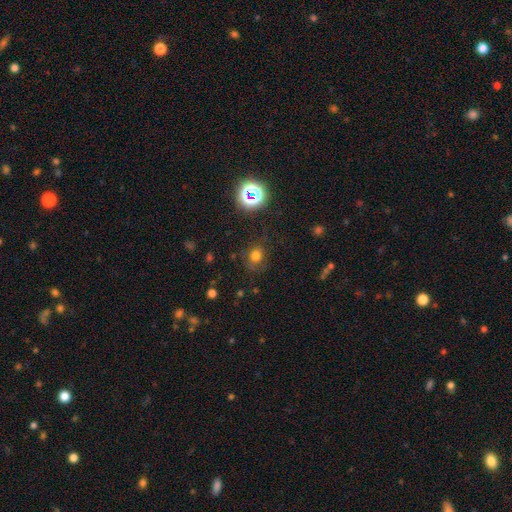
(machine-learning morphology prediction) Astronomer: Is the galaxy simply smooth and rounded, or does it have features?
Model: smooth — 70%.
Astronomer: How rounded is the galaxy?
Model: round — 73%.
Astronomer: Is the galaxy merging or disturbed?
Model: none — 75%.